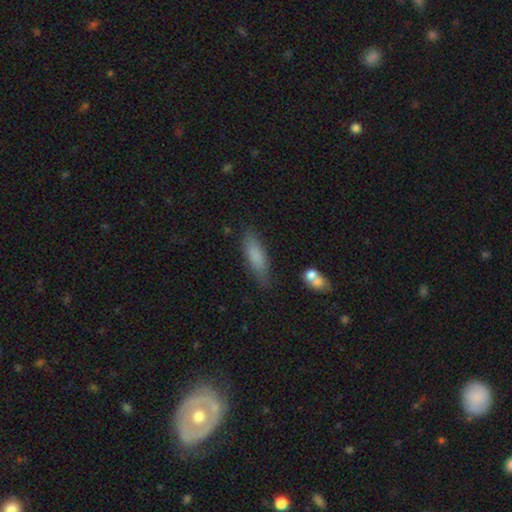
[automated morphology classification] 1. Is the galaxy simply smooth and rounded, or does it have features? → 79% smooth, 14% featured or disk, 7% star or artifact.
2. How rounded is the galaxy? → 59% cigar-shaped, 39% in between, 2% round.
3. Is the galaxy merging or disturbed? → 77% none, 16% minor disturbance, 4% major disturbance, 3% merger.